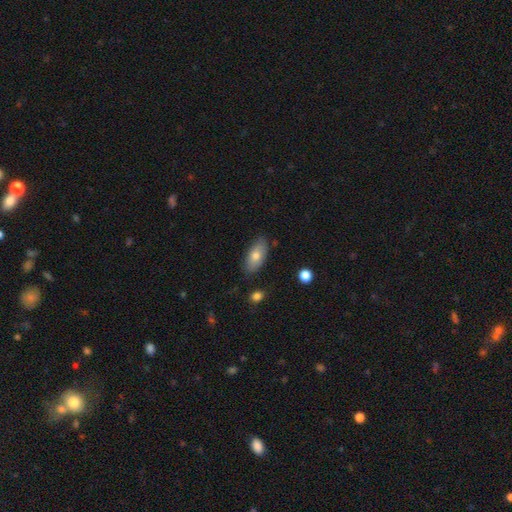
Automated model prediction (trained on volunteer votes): This is likely a smooth galaxy (73%). How rounded: clearly in between (90%). Merging: clearly none (81%).